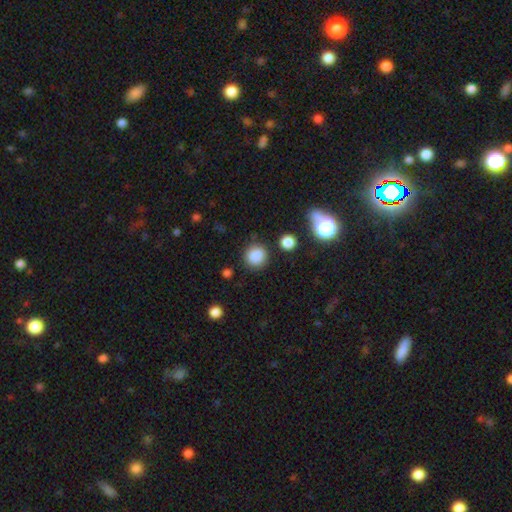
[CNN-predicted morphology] A smooth galaxy with no disk features (86%) that is round (87%).

Vote fractions:
- Smooth or featured? smooth: 86% / star or artifact: 10% / featured or disk: 4%
- How rounded? round: 87% / in between: 12% / cigar-shaped: 1%
- Merging? none: 84% / minor disturbance: 9% / major disturbance: 3% / merger: 3%